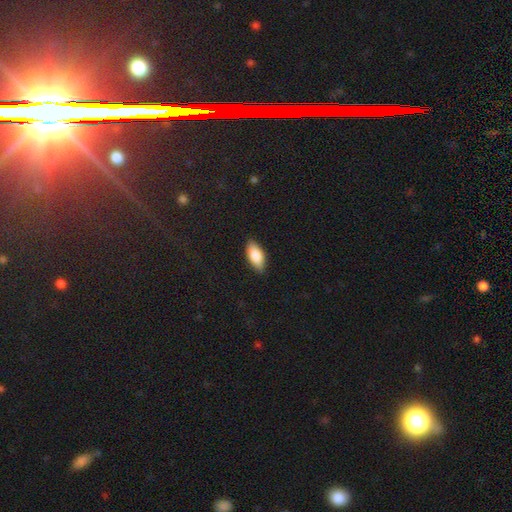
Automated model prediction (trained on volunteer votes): The model was most divided on "smooth or featured": smooth: 81%, featured or disk: 12%, star or artifact: 6%. More confident: how rounded — in between (87%); merging — none (87%).